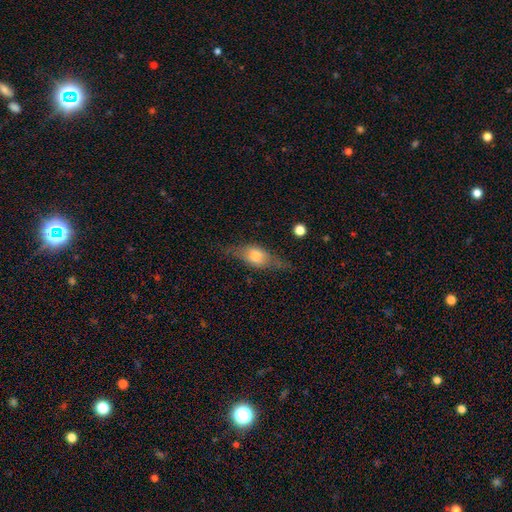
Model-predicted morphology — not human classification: smooth-or-featured: featured or disk: 52% | smooth: 41% | star or artifact: 8%
  disk-edge-on: yes: 85% | no: 15%
  merging: none: 72% | minor disturbance: 18% | major disturbance: 7% | merger: 2%